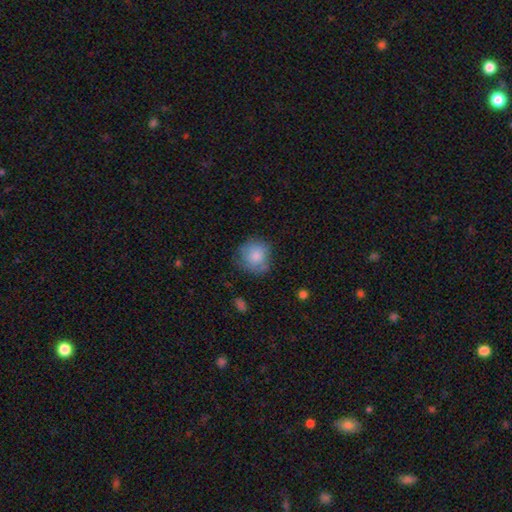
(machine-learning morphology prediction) Q: Smooth or featured?
A: smooth (80%); runner-up: featured or disk (13%)
Q: How rounded?
A: round (86%); runner-up: in between (14%)
Q: Merging?
A: none (66%); runner-up: minor disturbance (23%)